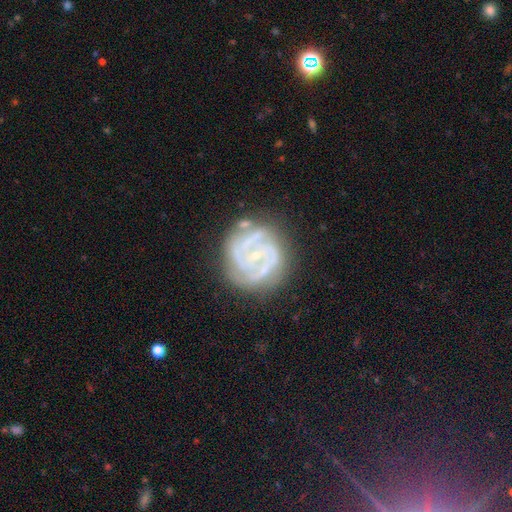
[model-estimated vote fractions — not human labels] Morphology: type=featured or disk (84%); edge-on=no (98%); bar=no (43%); spiral arms=yes (93%); winding=tight (58%); arm count=2 (31%); bulge=small (79%); merging=none (71%).